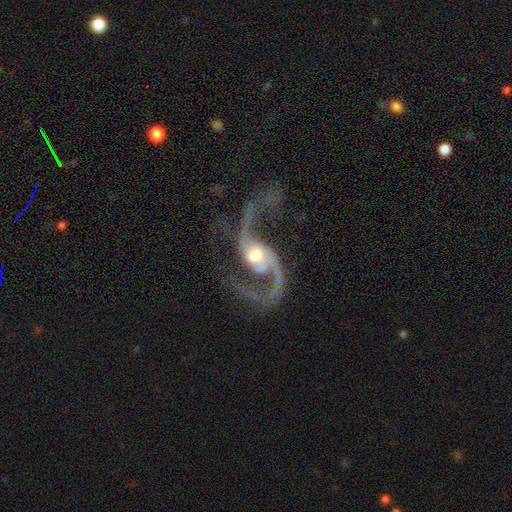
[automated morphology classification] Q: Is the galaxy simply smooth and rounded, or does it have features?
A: featured or disk — 92%.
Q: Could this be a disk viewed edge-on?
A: no — 97%.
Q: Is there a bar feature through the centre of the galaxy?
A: no — 42%.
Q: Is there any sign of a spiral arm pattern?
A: yes — 98%.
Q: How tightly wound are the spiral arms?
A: loose — 70%.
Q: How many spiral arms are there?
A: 2 — 92%.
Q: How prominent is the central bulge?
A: moderate — 57%.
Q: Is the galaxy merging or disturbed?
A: none — 58%.